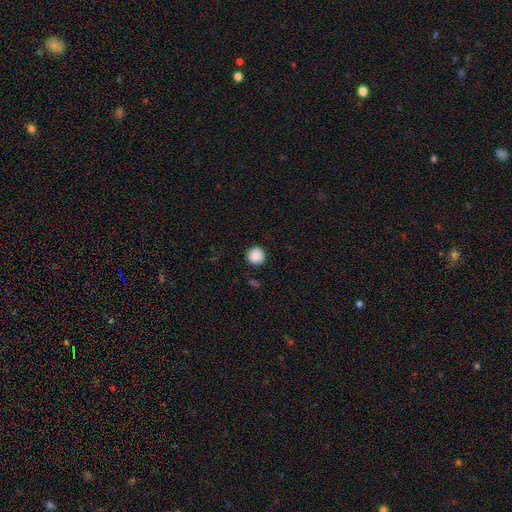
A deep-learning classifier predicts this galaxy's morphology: Q: Smooth or featured?
A: smooth (89%); runner-up: star or artifact (9%)
Q: How rounded?
A: round (95%); runner-up: in between (4%)
Q: Merging?
A: none (92%); runner-up: minor disturbance (5%)